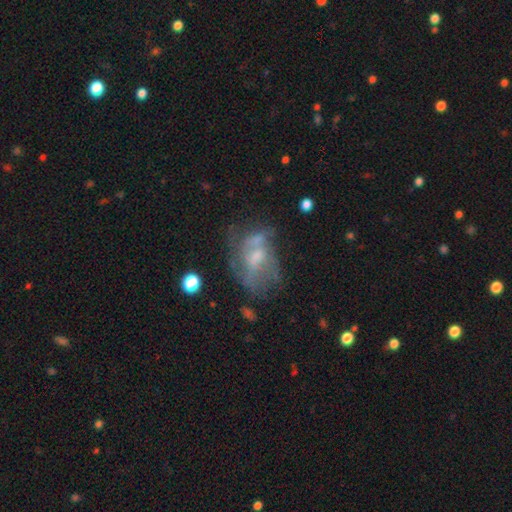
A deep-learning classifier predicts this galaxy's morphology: smooth_or_featured: featured or disk (p=0.57) [alt: smooth p=0.30]
disk_edge_on: no (p=0.96) [alt: yes p=0.04]
bar: no (p=0.65) [alt: weak p=0.29]
has_spiral_arms: no (p=0.66) [alt: yes p=0.34]
bulge_size: small (p=0.40) [alt: moderate p=0.38]
merging: none (p=0.38) [alt: major disturbance p=0.27]